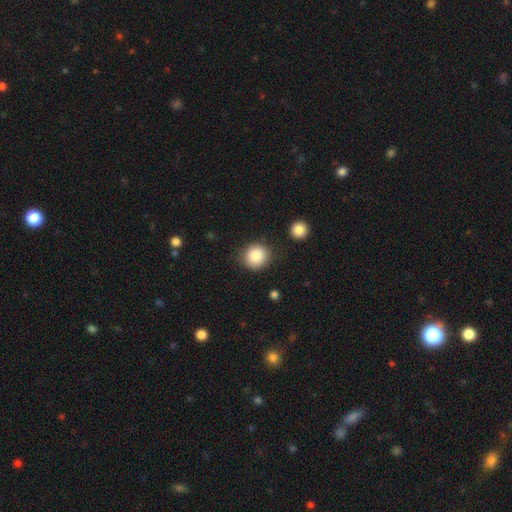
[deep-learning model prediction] smooth 86%, star or artifact 9%, featured or disk 6%. Down the decision tree: how rounded — round (90%); merging — none (83%).